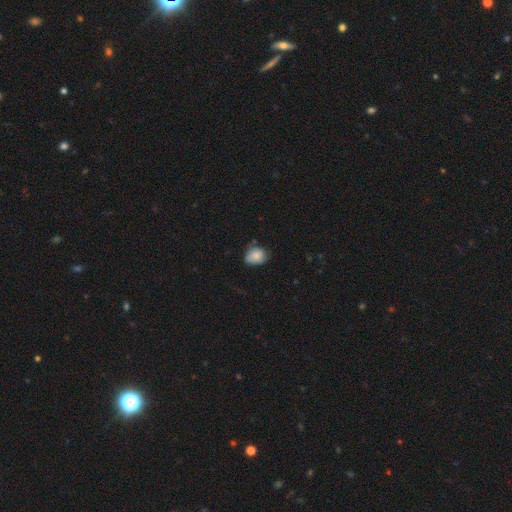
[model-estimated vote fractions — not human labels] smooth 81%, featured or disk 10%, star or artifact 8%. Down the decision tree: how rounded — in between (51%); merging — none (54%).